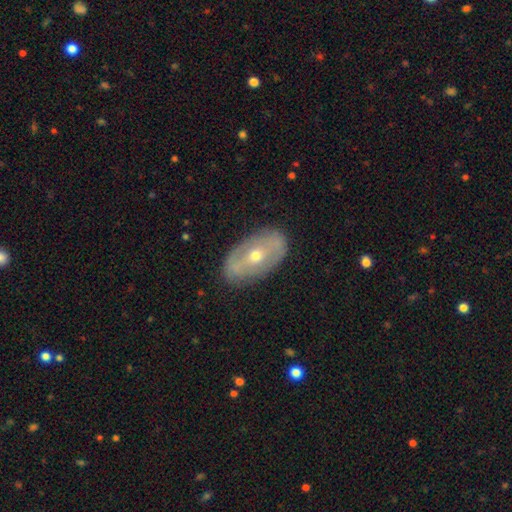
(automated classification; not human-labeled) Smooth or featured? featured or disk (64%)
Edge-on disk? no (89%)
Bar? no (47%)
Spiral arms? no (60%)
Bulge size? moderate (54%)
Merging? none (82%)